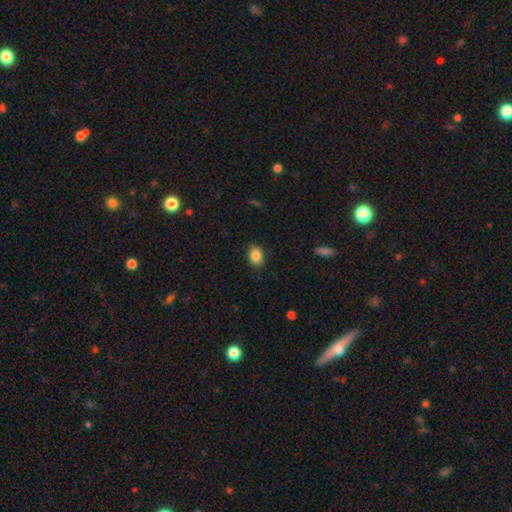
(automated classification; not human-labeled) Overall: smooth (87%). How rounded: in between (75%). Merging: none (86%).